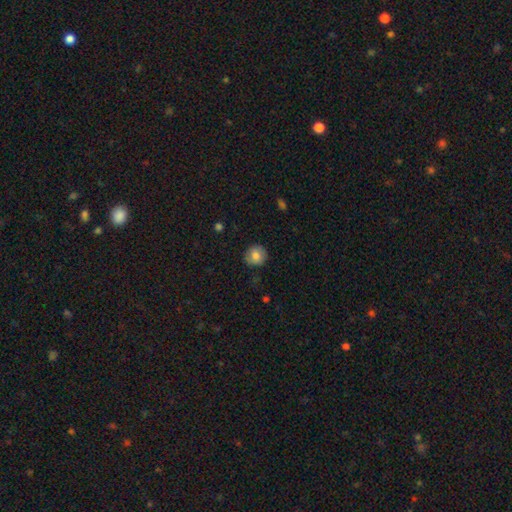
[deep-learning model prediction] Overall: smooth (80%). How rounded: round (89%). Merging: none (86%).